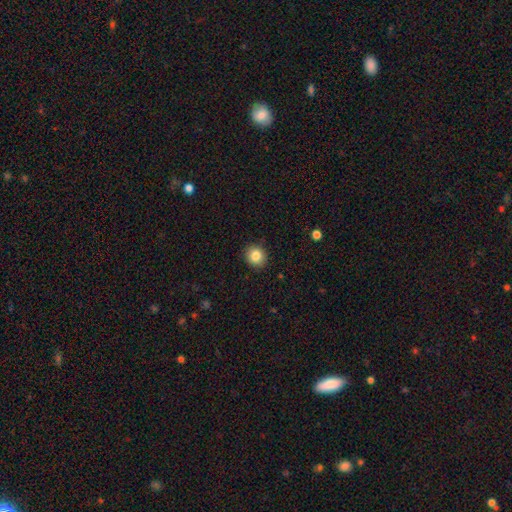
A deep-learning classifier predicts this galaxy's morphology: Overall: smooth (84%). How rounded: round (82%). Merging: none (91%).